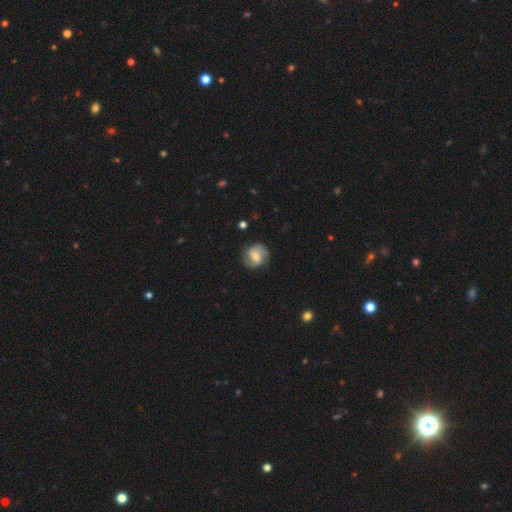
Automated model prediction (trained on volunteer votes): smooth-or-featured: featured or disk: 59% | smooth: 33% | star or artifact: 7%
  disk-edge-on: no: 97% | yes: 3%
    bar: weak: 50% | no: 28% | strong: 22%
    has-spiral-arms: yes: 90% | no: 10%
      spiral-winding: medium: 45% | tight: 31% | loose: 24%
      spiral-arm-count: 2: 84% | can't tell: 8% | 1: 4% | 3: 2% | 4: 1% | more than 4: 1%
    bulge-size: moderate: 38% | small: 30% | large: 15% | none: 14% | dominant: 2%
  merging: none: 79% | minor disturbance: 14% | major disturbance: 5% | merger: 1%